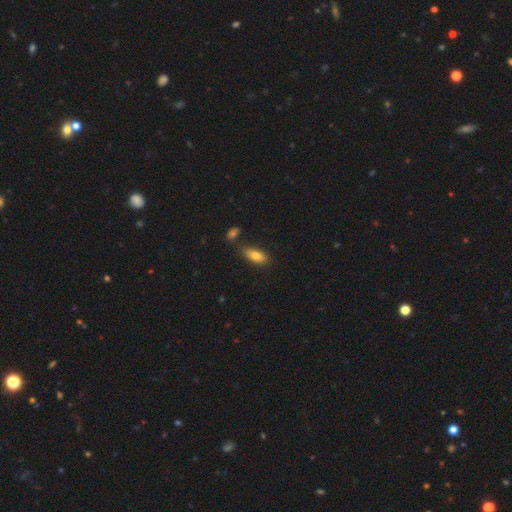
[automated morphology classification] The model was most divided on "merging": none: 76%, minor disturbance: 14%, merger: 7%, major disturbance: 3%. More confident: how rounded — in between (83%); smooth or featured — smooth (80%).